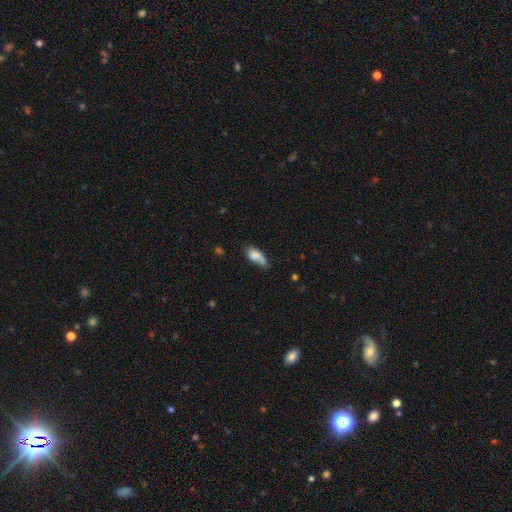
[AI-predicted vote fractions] Smooth or featured?
  - smooth: 75% *
  - featured or disk: 17%
  - star or artifact: 9%
How rounded?
  - in between: 82% *
  - cigar-shaped: 13%
  - round: 5%
Merging?
  - none: 36% *
  - minor disturbance: 32%
  - major disturbance: 17%
  - merger: 15%